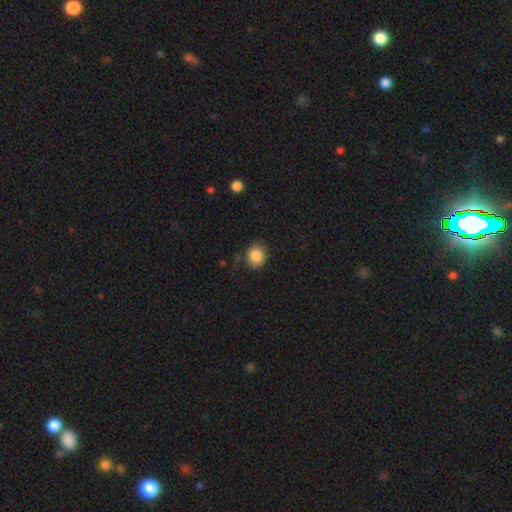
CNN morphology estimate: Smooth or featured? Predicted: smooth (p=0.87). How rounded? Predicted: round (p=0.66). Merging? Predicted: none (p=0.75).